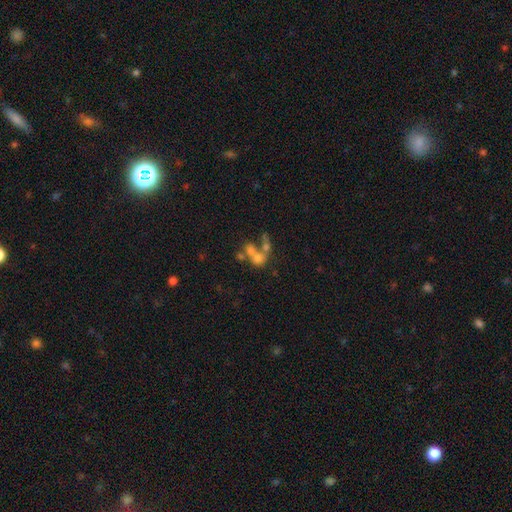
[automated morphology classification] smooth_or_featured: smooth (p=0.52) [alt: featured or disk p=0.31]
how_rounded: round (p=0.53) [alt: in between p=0.45]
merging: merger (p=0.60) [alt: none p=0.22]